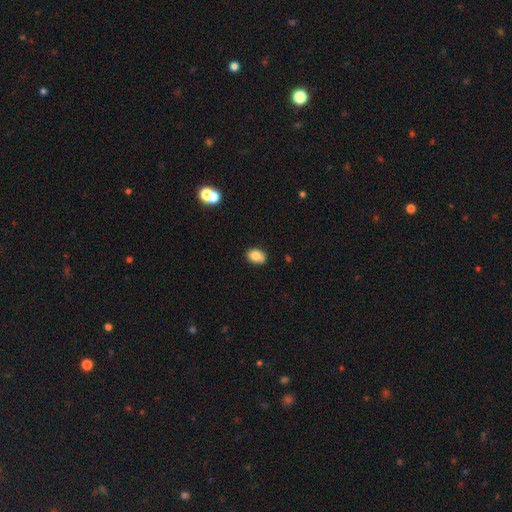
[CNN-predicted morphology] A smooth galaxy with no disk features (82%) that is in between round and cigar-shaped (78%). Merging: none (79%).